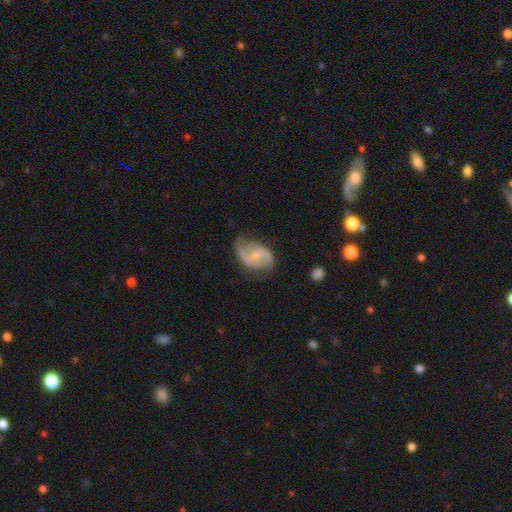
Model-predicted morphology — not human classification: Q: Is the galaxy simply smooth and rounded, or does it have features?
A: featured or disk — 76%.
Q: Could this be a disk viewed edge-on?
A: no — 97%.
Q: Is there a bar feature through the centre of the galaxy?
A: weak — 48%.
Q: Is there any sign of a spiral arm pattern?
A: yes — 93%.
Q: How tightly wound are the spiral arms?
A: loose — 45%.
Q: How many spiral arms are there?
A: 2 — 85%.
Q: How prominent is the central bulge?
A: small — 52%.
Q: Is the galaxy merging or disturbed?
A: none — 61%.